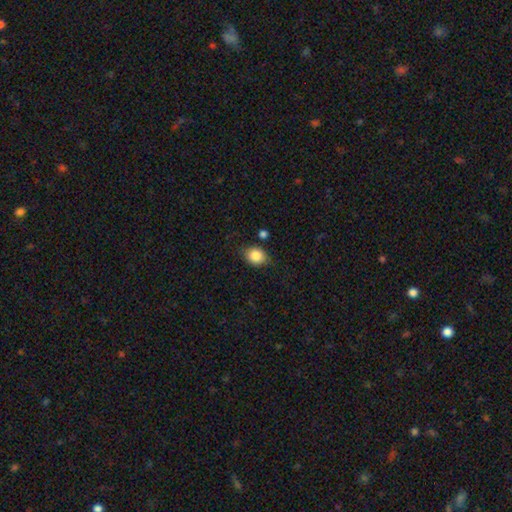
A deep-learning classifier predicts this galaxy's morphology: A smooth galaxy with no disk features (84%) that is in between round and cigar-shaped (55%). Merging: none (77%).